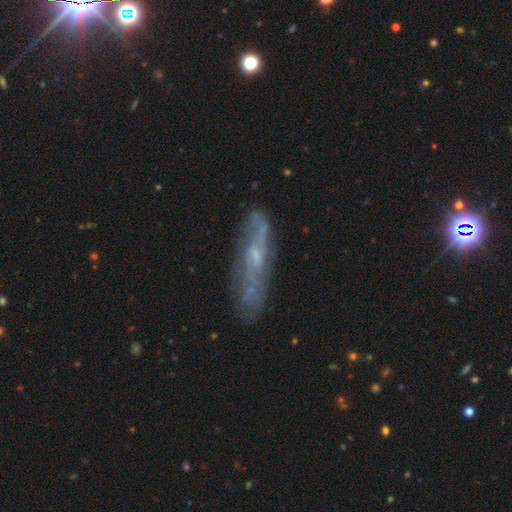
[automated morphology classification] This is likely a featured or disk galaxy (65%). It is possibly viewed edge-on (51%). Merging: likely none (73%).